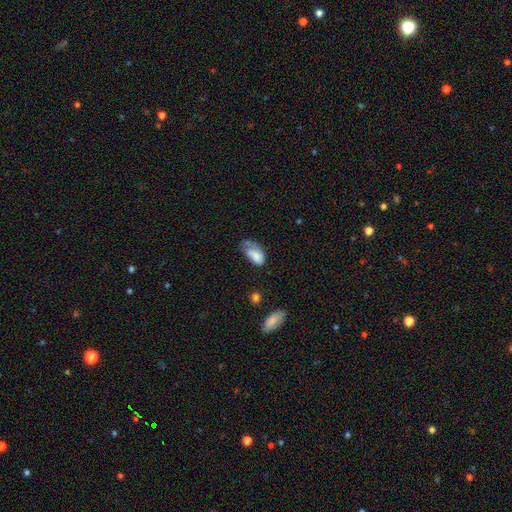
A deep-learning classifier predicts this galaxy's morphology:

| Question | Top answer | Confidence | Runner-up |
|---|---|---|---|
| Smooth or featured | smooth | 73% | featured or disk (20%) |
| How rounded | in between | 92% | round (4%) |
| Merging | major disturbance | 34% | tied: minor disturbance (34%) |